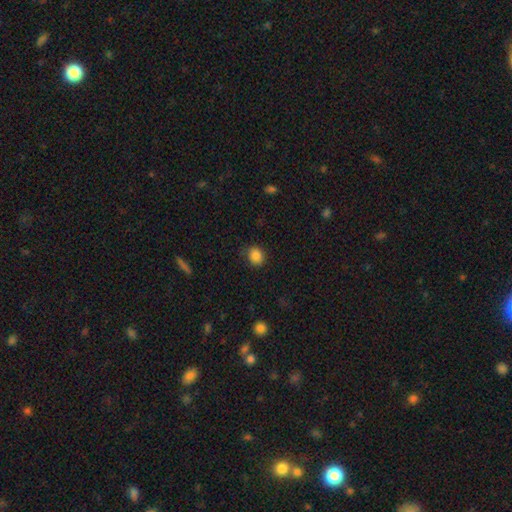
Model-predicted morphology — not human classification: Smooth or featured?
  - smooth: 86% *
  - star or artifact: 10%
  - featured or disk: 4%
How rounded?
  - round: 73% *
  - in between: 26%
  - cigar-shaped: 1%
Merging?
  - none: 82% *
  - minor disturbance: 14%
  - major disturbance: 3%
  - merger: 1%